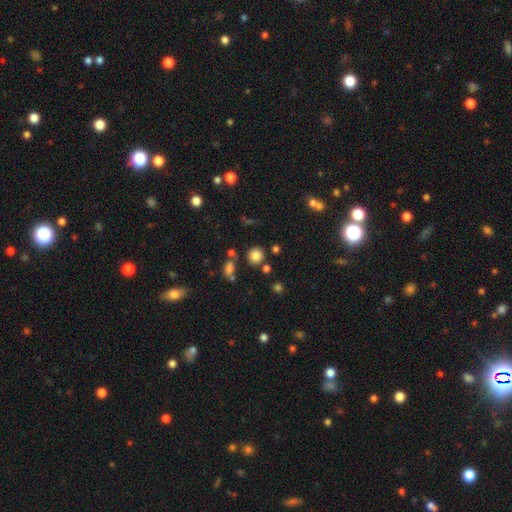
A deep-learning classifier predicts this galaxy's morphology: Overall: smooth (81%). How rounded: round (89%). Merging: none (79%).